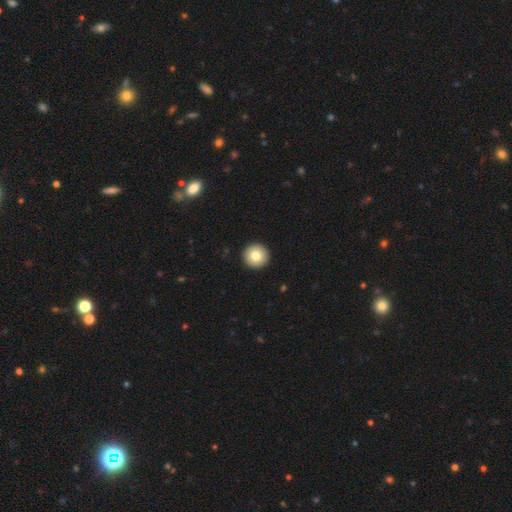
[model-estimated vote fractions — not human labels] smooth 80%, featured or disk 12%, star or artifact 8%. Down the decision tree: how rounded — round (97%); merging — none (94%).